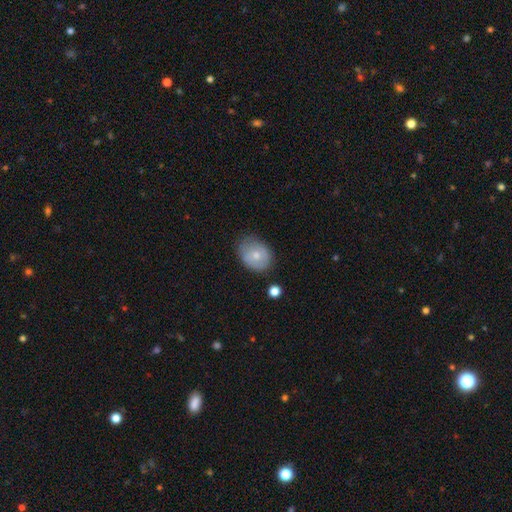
A smooth galaxy with no disk features (74%) that is round (64%). Merging: none (63%).